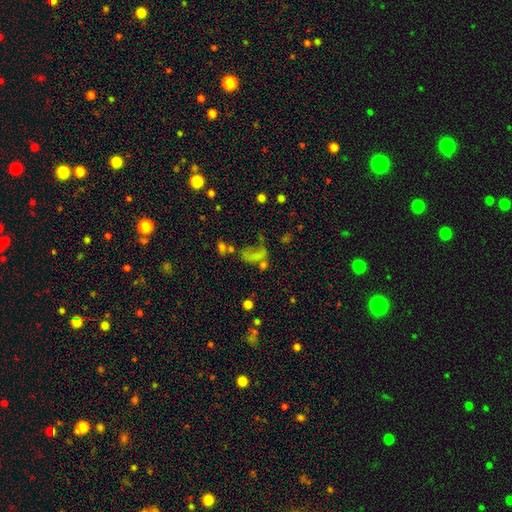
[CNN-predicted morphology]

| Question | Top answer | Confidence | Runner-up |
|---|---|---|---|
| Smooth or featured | smooth | 57% | star or artifact (22%) |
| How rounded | in between | 74% | round (19%) |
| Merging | major disturbance | 33% | merger (26%) |